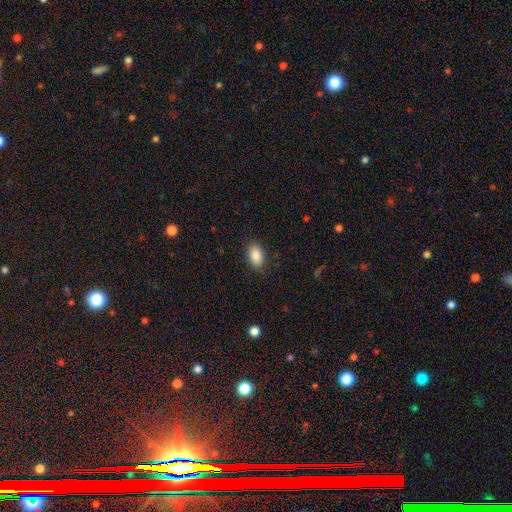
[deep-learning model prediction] This is clearly a smooth galaxy (89%). How rounded: clearly in between (90%). Merging: clearly none (86%).